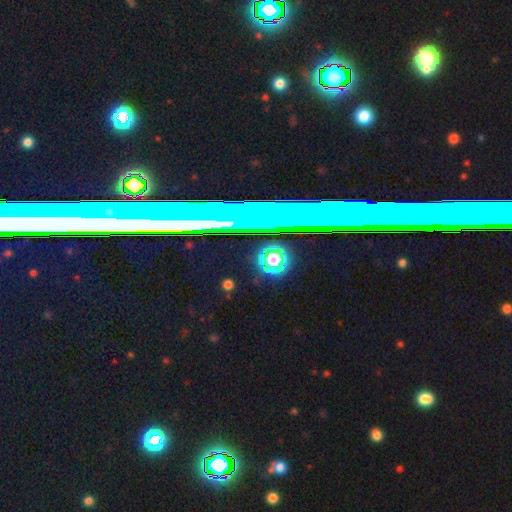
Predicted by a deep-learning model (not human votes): smooth-or-featured: star or artifact: 68% | featured or disk: 17% | smooth: 14%